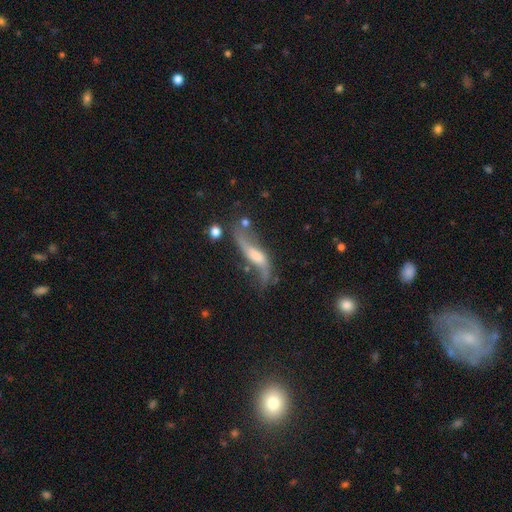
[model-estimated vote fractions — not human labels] A featured or disk galaxy (78%) with no bar (43%), 2 (90%) loose (91%) spiral arms (90%) and a moderate central bulge (39%).

Vote fractions:
- Smooth or featured? featured or disk: 78% / smooth: 15% / star or artifact: 7%
- Edge-on disk? no: 74% / yes: 26%
- Bar? no: 43% / weak: 38% / strong: 19%
- Spiral arms? yes: 90% / no: 10%
- Spiral winding? loose: 91% / medium: 6% / tight: 2%
- Spiral arm count? 2: 90% / 1: 4% / can't tell: 3% / 3: 1% / 4: 1% / more than 4: 1%
- Bulge size? moderate: 39% / small: 31% / none: 15% / large: 12% / dominant: 3%
- Merging? none: 51% / minor disturbance: 22% / major disturbance: 16% / merger: 11%